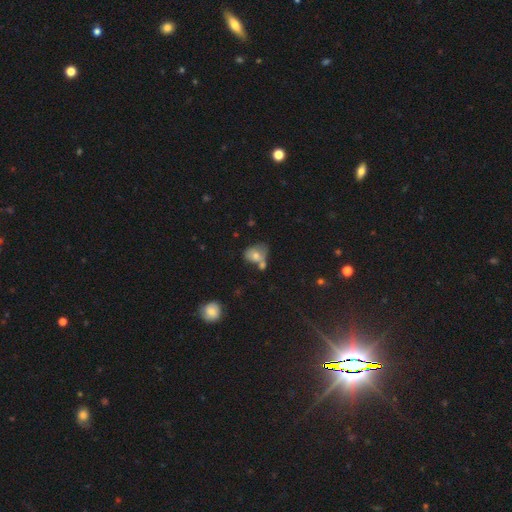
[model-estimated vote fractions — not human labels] Q: Smooth or featured?
A: smooth (68%); runner-up: featured or disk (21%)
Q: How rounded?
A: in between (60%); runner-up: round (38%)
Q: Merging?
A: merger (36%); runner-up: none (33%)